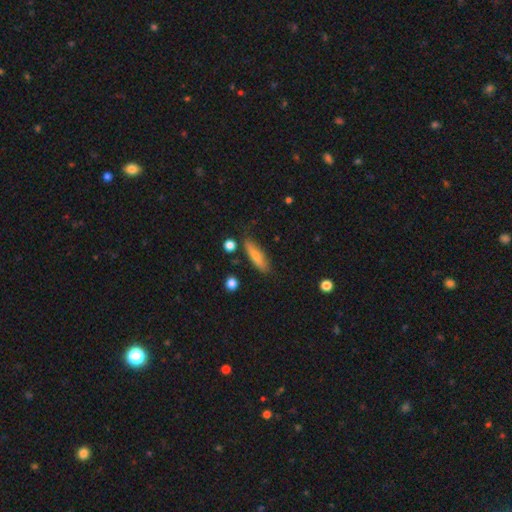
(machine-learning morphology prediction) smooth 72%, featured or disk 21%, star or artifact 7%. Down the decision tree: how rounded — cigar-shaped (67%); merging — none (78%).